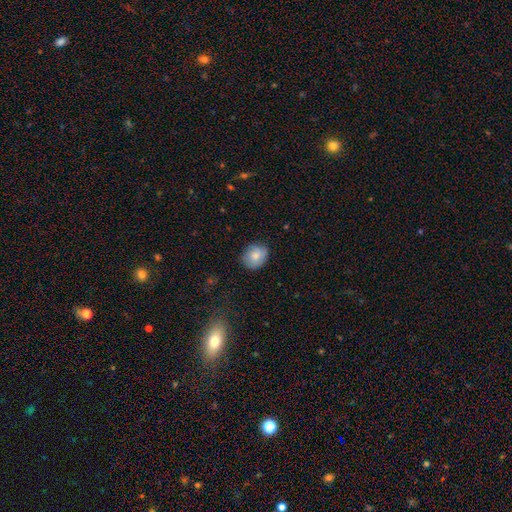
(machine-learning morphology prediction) Q: Smooth or featured?
A: smooth (75%); runner-up: featured or disk (17%)
Q: How rounded?
A: round (63%); runner-up: in between (36%)
Q: Merging?
A: none (76%); runner-up: minor disturbance (19%)